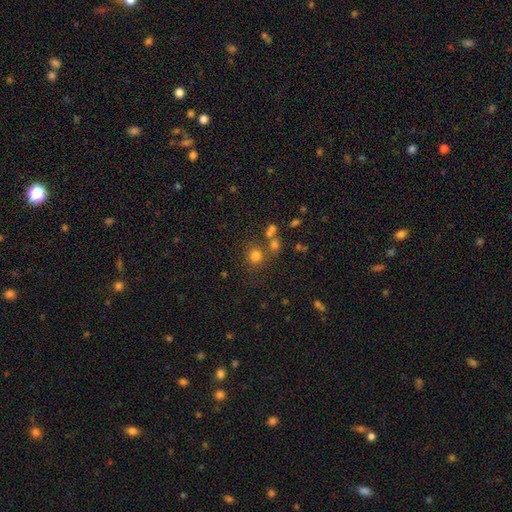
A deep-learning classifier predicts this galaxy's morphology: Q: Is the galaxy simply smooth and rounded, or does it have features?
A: smooth — 75%.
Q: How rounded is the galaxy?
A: round — 87%.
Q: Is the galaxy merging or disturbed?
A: none — 69%.